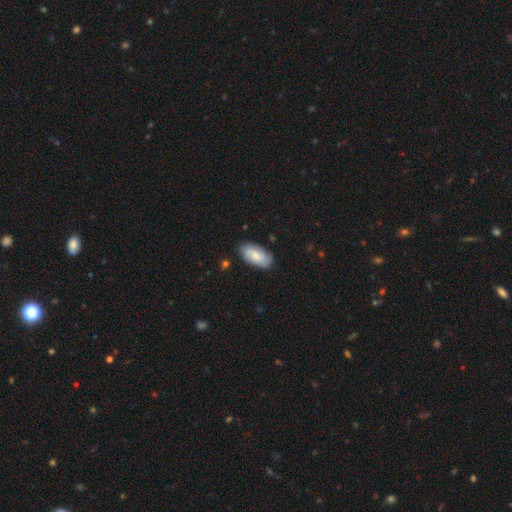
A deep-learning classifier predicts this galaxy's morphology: A smooth galaxy with no disk features (68%) that is in between round and cigar-shaped (93%).

Vote fractions:
- Smooth or featured? smooth: 68% / featured or disk: 26% / star or artifact: 6%
- How rounded? in between: 93% / cigar-shaped: 5% / round: 2%
- Merging? none: 83% / minor disturbance: 13% / major disturbance: 3% / merger: 2%